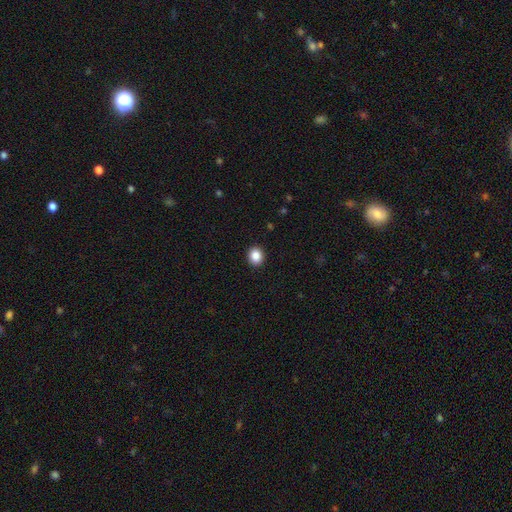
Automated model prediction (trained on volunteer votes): smooth 86%, star or artifact 10%, featured or disk 4%. Down the decision tree: how rounded — round (73%); merging — none (92%).